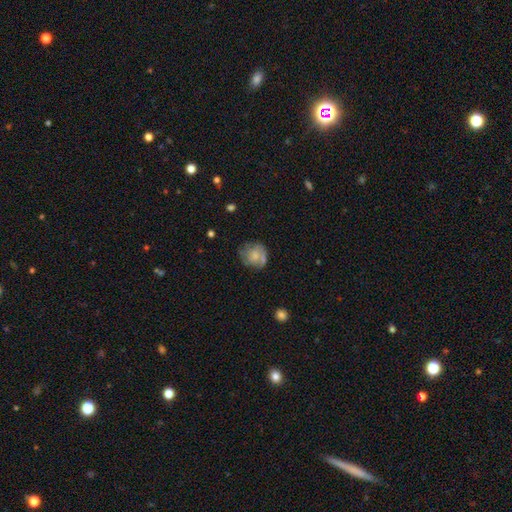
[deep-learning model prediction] smooth_or_featured: smooth (p=0.56) [alt: featured or disk p=0.35]
how_rounded: round (p=0.77) [alt: in between p=0.22]
merging: none (p=0.54) [alt: minor disturbance p=0.26]